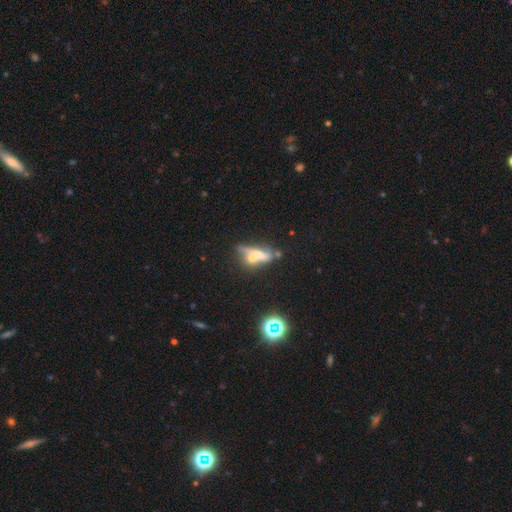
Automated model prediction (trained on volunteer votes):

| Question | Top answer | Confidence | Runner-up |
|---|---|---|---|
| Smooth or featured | featured or disk | 46% | smooth (40%) |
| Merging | merger | 48% | none (26%) |